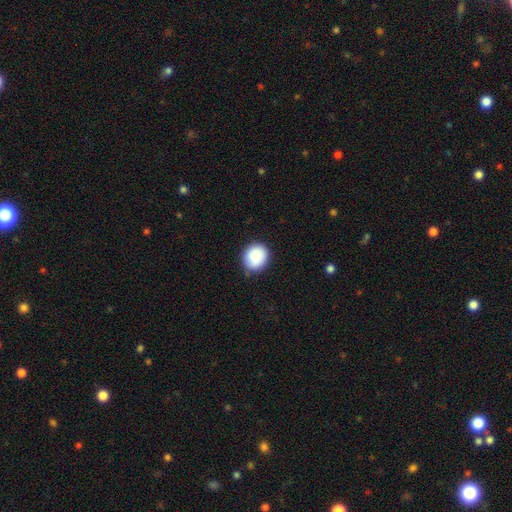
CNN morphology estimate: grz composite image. It shows a smooth galaxy with no disk features (87%) that is round (77%). Merging: none (82%).